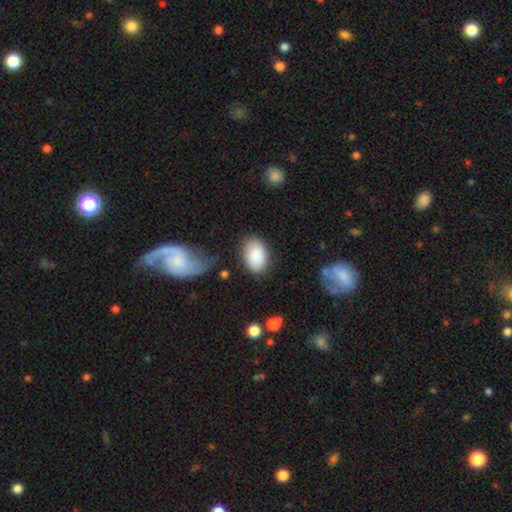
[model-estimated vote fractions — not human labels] A smooth galaxy with no disk features (88%) that is in between round and cigar-shaped (90%). Merging: none (76%).